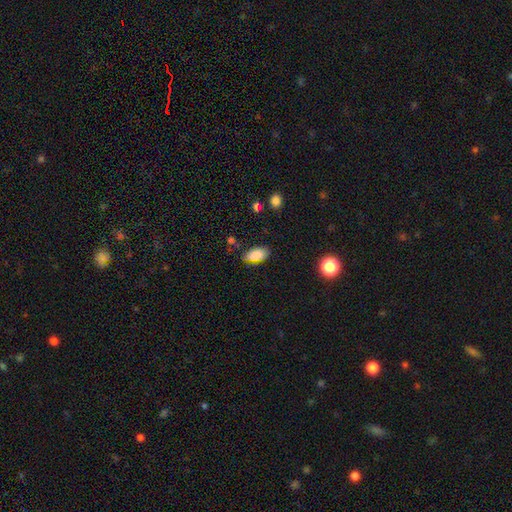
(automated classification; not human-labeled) This appears to be a smooth galaxy with no disk features (85%) that is in between round and cigar-shaped (90%). Merging: none (74%).